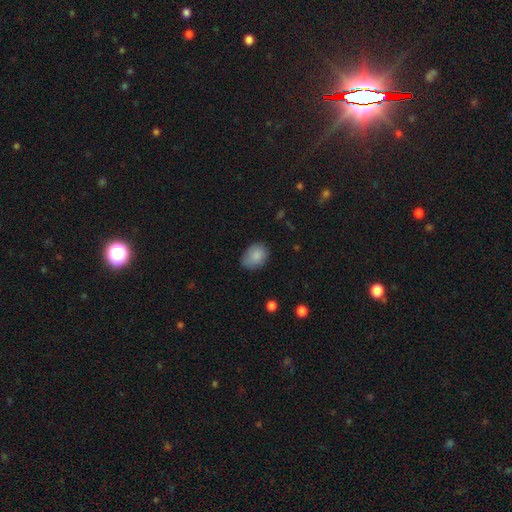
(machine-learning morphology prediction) Smooth or featured? Predicted: smooth (p=0.86). How rounded? Predicted: in between (p=0.71). Merging? Predicted: none (p=0.65).